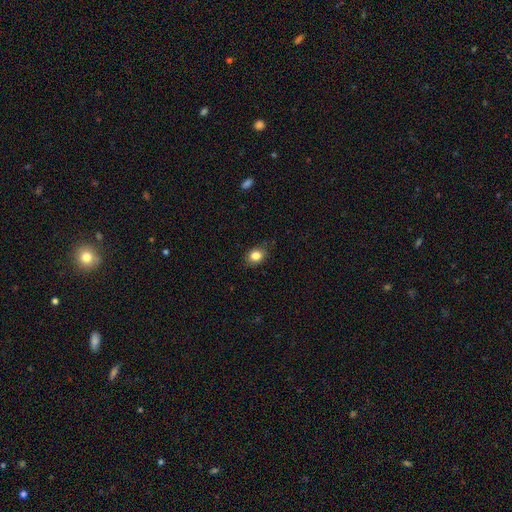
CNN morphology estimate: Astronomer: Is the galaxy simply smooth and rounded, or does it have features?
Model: smooth — 84%.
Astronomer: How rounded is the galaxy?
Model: round — 50% (runner-up: in between, 49%).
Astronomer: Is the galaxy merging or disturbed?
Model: none — 83%.